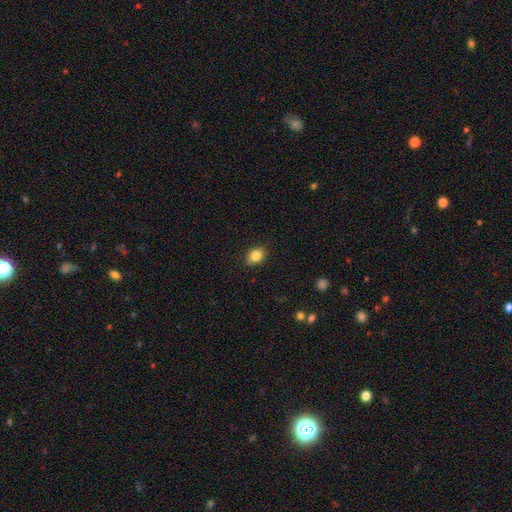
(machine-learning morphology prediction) Q: Smooth or featured?
A: smooth (84%); runner-up: star or artifact (9%)
Q: How rounded?
A: in between (64%); runner-up: round (35%)
Q: Merging?
A: none (83%); runner-up: minor disturbance (13%)